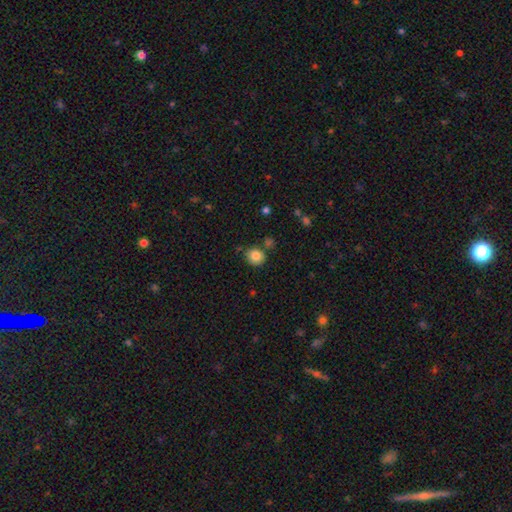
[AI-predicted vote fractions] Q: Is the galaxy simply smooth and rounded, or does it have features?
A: smooth — 84%.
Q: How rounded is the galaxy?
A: round — 80%.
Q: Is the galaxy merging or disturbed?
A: none — 76%.